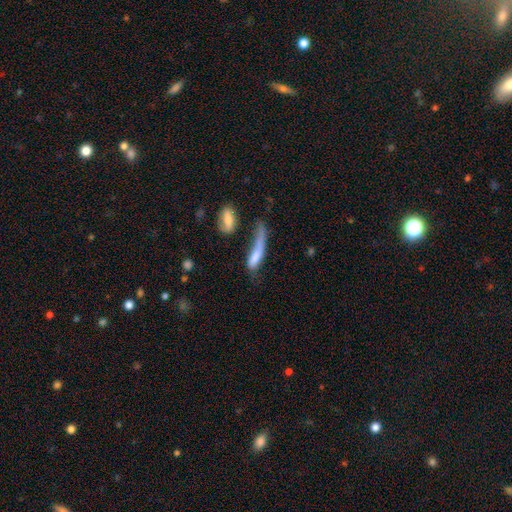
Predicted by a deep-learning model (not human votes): Smooth or featured?
  - smooth: 66% *
  - featured or disk: 26%
  - star or artifact: 8%
How rounded?
  - cigar-shaped: 66% *
  - in between: 31%
  - round: 3%
Merging?
  - major disturbance: 38% *
  - merger: 23%
  - none: 21%
  - minor disturbance: 19%